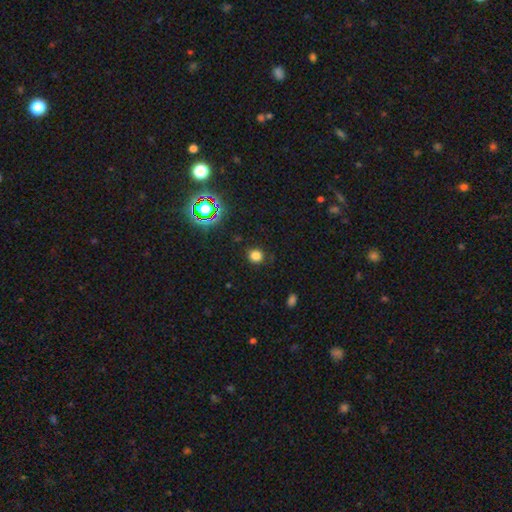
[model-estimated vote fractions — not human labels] Smooth or featured? Predicted: smooth (p=0.77). How rounded? Predicted: round (p=0.85). Merging? Predicted: none (p=0.85).